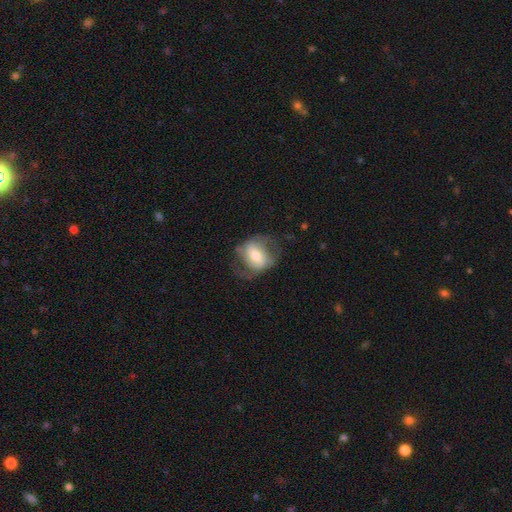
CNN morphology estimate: Smooth or featured? featured or disk (59%)
Edge-on disk? no (94%)
Bar? weak (38%)
Spiral arms? yes (69%)
Bulge size? moderate (59%)
Merging? none (55%)